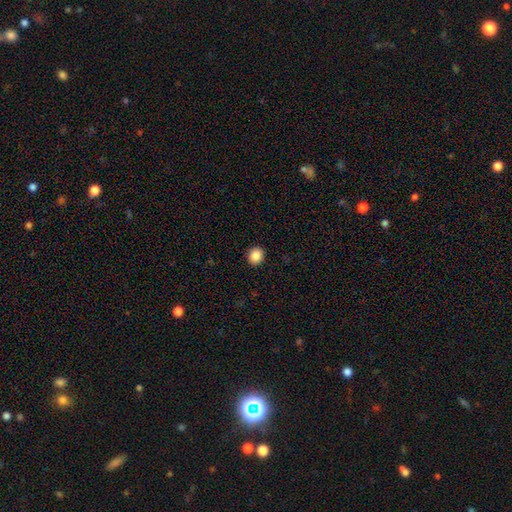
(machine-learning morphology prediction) smooth-or-featured: smooth: 87% | star or artifact: 9% | featured or disk: 4%
  how-rounded: round: 78% | in between: 21% | cigar-shaped: 1%
  merging: none: 92% | minor disturbance: 5% | major disturbance: 2% | merger: 1%